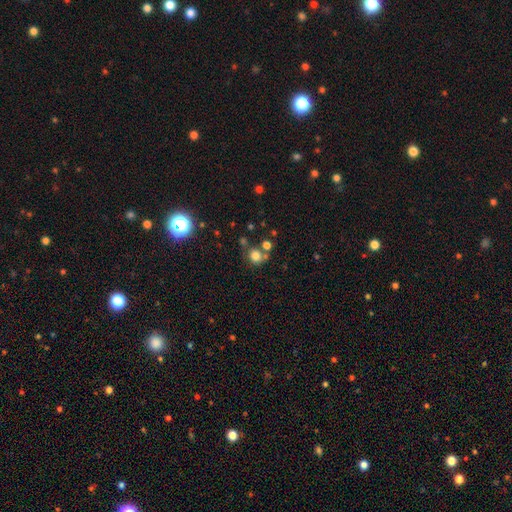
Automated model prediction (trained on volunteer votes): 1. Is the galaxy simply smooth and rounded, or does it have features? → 74% smooth, 18% star or artifact, 8% featured or disk.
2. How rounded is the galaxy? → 84% round, 15% in between, 1% cigar-shaped.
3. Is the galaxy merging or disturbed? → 60% none, 24% merger, 11% minor disturbance, 6% major disturbance.